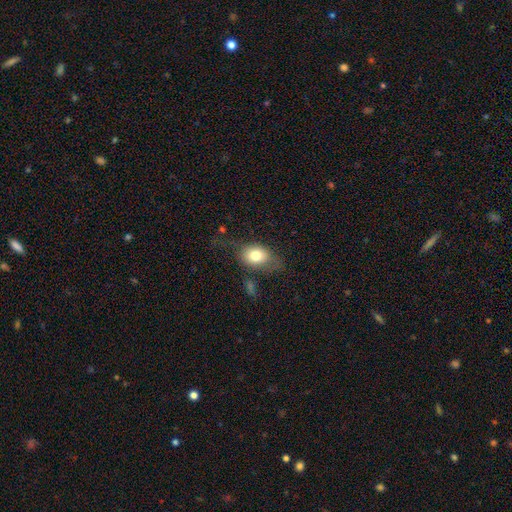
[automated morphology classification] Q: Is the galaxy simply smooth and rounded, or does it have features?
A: smooth — 75%.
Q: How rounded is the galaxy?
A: in between — 67%.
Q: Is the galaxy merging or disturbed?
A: none — 49%.